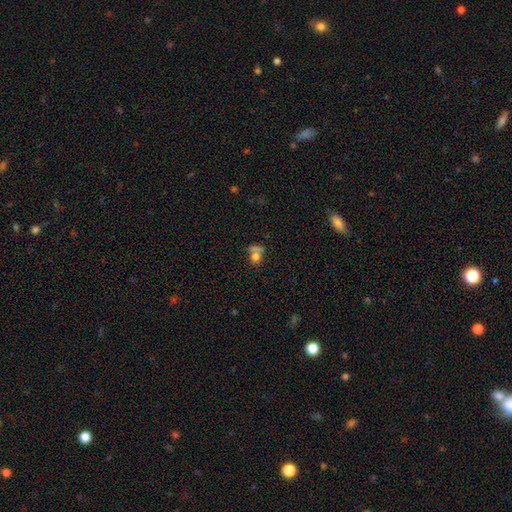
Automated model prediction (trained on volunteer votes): Smooth or featured: smooth — 70% (star or artifact — 17%)
How rounded: round — 71% (in between — 27%)
Merging: none — 41% (merger — 35%)